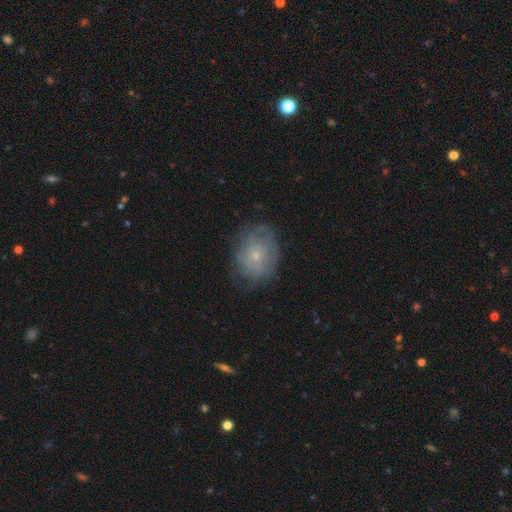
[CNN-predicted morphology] Smooth or featured? Predicted: featured or disk (p=0.48). Merging? Predicted: none (p=0.68).